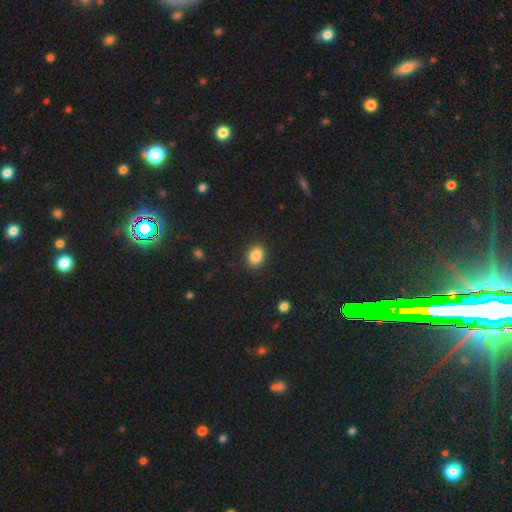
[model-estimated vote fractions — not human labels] The model was most divided on "how rounded": in between: 65%, round: 34%, cigar-shaped: 1%. More confident: merging — none (89%); smooth or featured — smooth (86%).